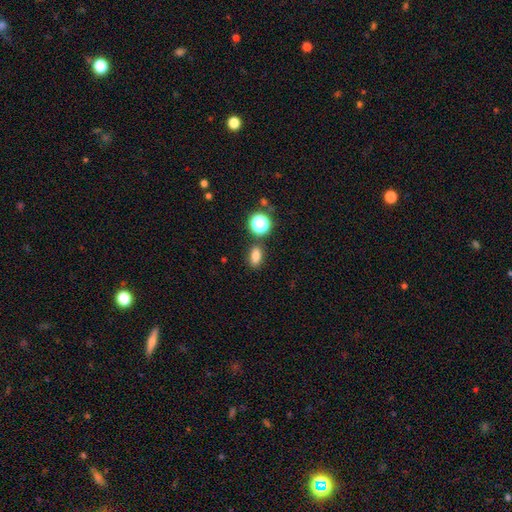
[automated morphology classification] This is likely a smooth galaxy (78%). How rounded: likely in between (76%). Merging: clearly none (82%).